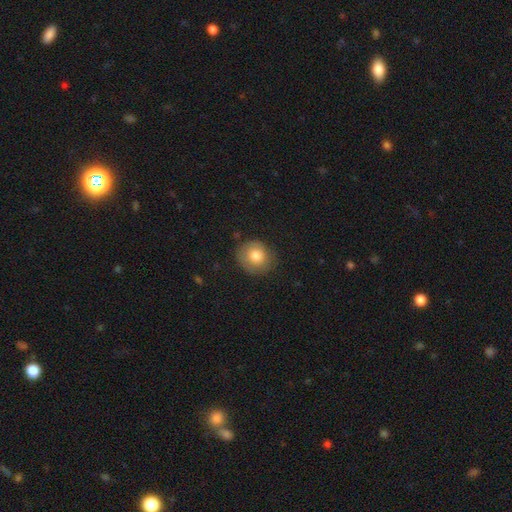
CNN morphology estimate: type=smooth (76%); roundness=round (83%); merging=none (77%).